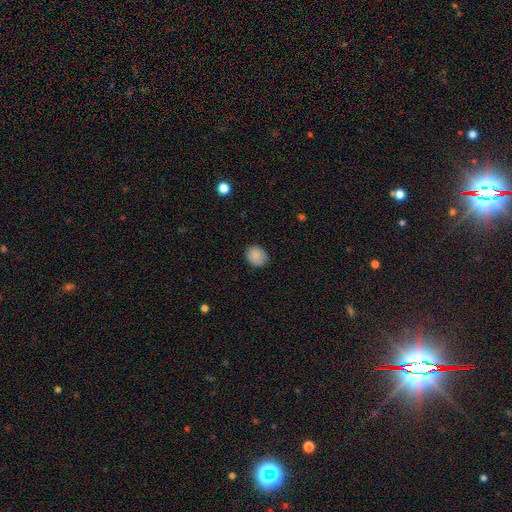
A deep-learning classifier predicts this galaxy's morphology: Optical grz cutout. It shows a smooth galaxy with no disk features (85%) that is round (61%). Merging: none (85%).